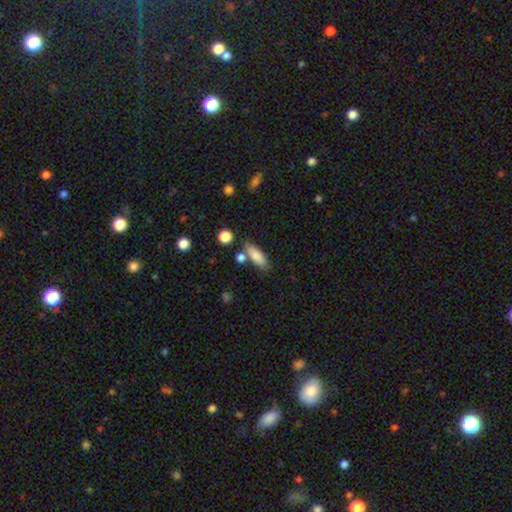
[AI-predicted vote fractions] This is clearly a smooth galaxy (81%). How rounded: likely in between (62%). Merging: likely none (71%).